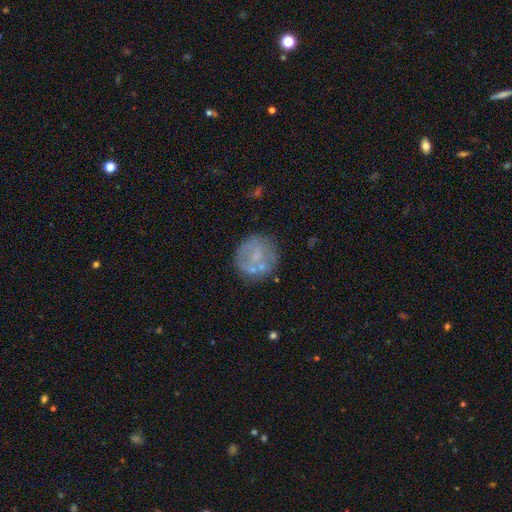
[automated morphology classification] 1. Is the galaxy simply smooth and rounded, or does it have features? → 49% smooth, 41% featured or disk, 10% star or artifact.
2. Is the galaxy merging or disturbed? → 65% none, 18% minor disturbance, 9% major disturbance, 8% merger.